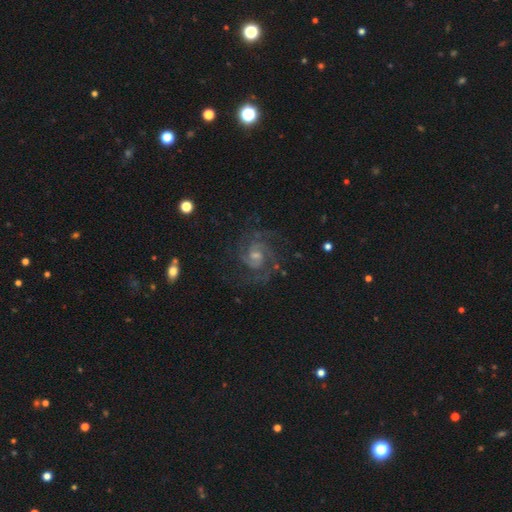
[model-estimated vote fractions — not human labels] Smooth or featured? Predicted: featured or disk (p=0.87). Edge-on disk? Predicted: no (p=0.98). Bar? Predicted: no (p=0.49). Spiral arms? Predicted: yes (p=0.98). Spiral winding? Predicted: tight (p=0.48). Spiral arm count? Predicted: 2 (p=0.58). Bulge size? Predicted: small (p=0.52). Merging? Predicted: none (p=0.77).